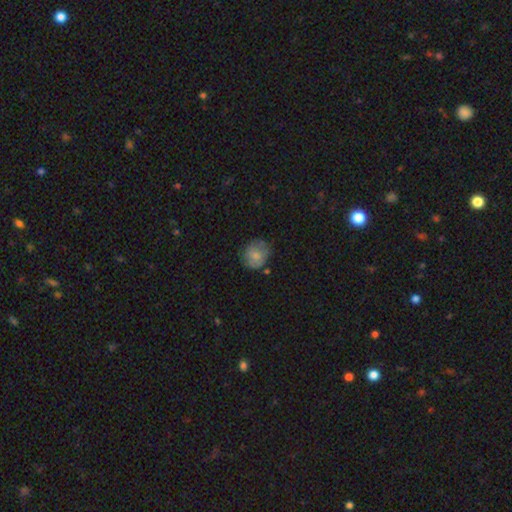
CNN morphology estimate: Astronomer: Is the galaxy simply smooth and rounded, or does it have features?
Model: smooth — 69%.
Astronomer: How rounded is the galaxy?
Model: round — 74%.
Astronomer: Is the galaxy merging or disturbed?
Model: none — 63%.